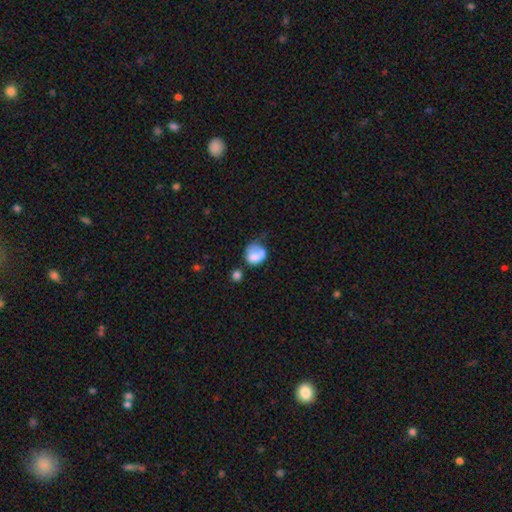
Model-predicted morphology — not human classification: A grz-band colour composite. It shows a smooth galaxy with no disk features (71%) that is round (61%). Merging: none (32%).